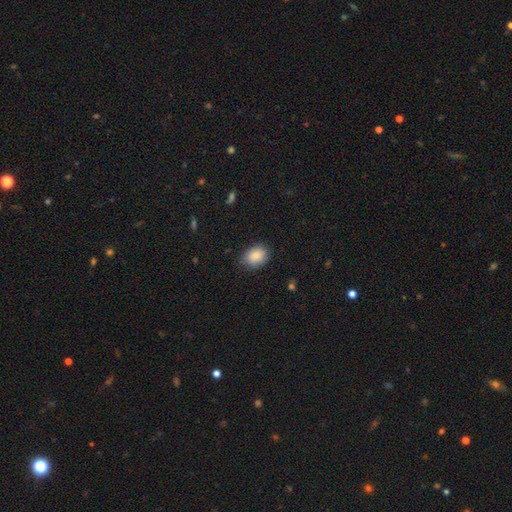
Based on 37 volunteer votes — Smooth or featured?
  - smooth: 92% *
  - featured or disk: 5%
  - star or artifact: 3%
How rounded?
  - in between: 68% *
  - round: 29%
  - cigar-shaped: 3%
Merging?
  - none: 78% *
  - minor disturbance: 19%
  - major disturbance: 3%
  - merger: 0%